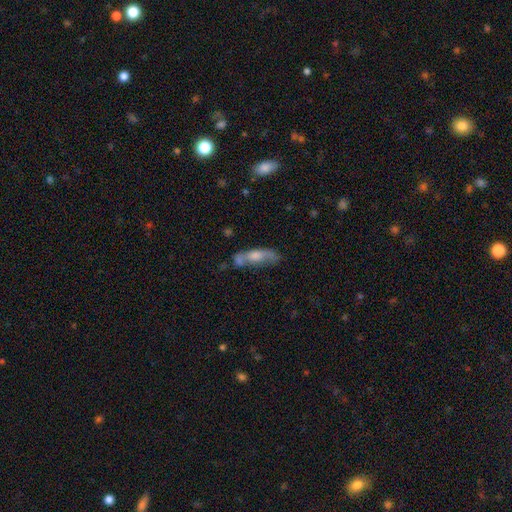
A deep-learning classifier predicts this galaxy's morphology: A smooth galaxy with no disk features (51%) that is cigar-shaped (54%). Merging: none (39%).